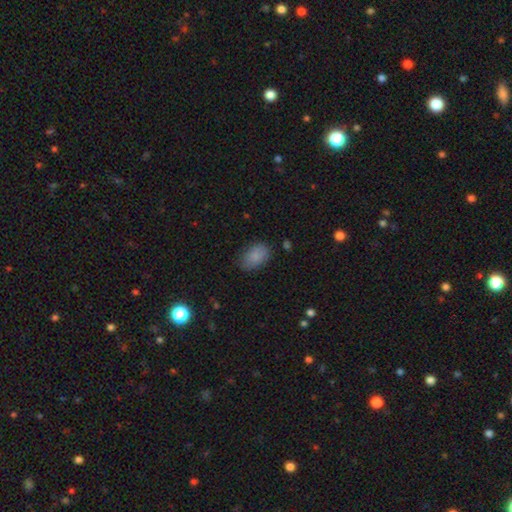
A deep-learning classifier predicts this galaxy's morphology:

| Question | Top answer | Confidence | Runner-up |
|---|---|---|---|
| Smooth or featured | smooth | 84% | featured or disk (9%) |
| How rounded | in between | 89% | round (9%) |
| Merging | none | 76% | minor disturbance (19%) |